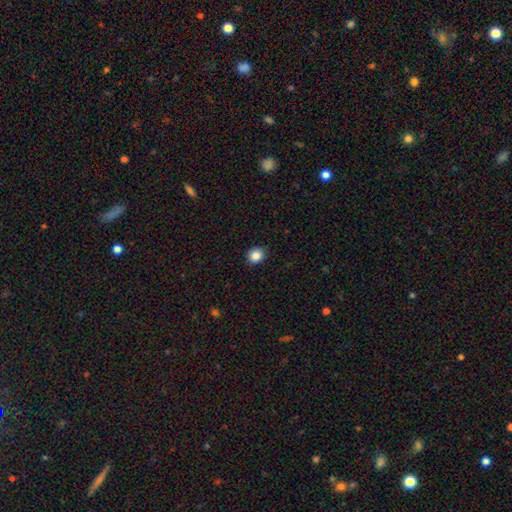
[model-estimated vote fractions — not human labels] smooth_or_featured: smooth (p=0.86) [alt: star or artifact p=0.10]
how_rounded: round (p=0.81) [alt: in between p=0.18]
merging: none (p=0.90) [alt: minor disturbance p=0.07]